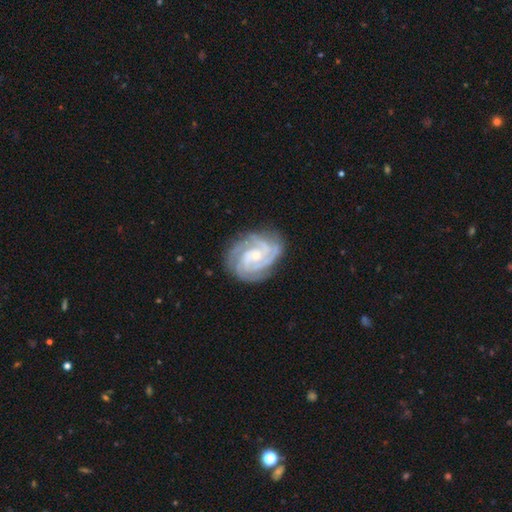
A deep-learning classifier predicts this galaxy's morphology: featured or disk 91%, smooth 4%, star or artifact 4%. Down the decision tree: edge-on disk — no (98%); bar — no (63%); spiral arms — yes (98%); spiral arm count — 3 (40%); spiral winding — tight (72%); bulge size — small (67%); merging — none (79%).